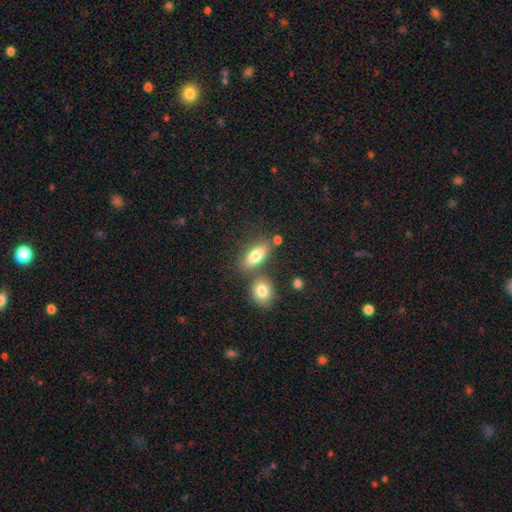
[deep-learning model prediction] Overall: smooth (78%). How rounded: in between (77%). Merging: none (65%).